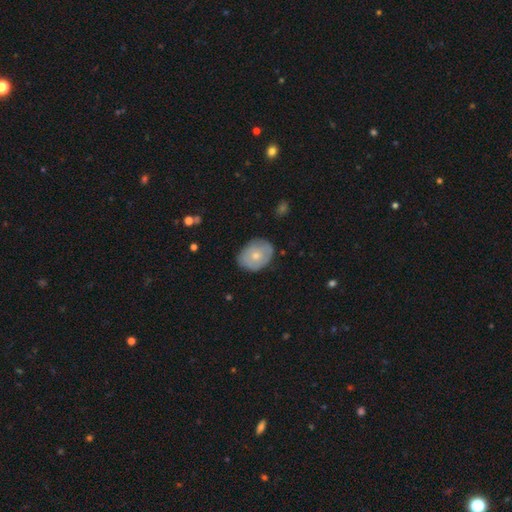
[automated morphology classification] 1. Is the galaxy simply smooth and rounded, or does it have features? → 61% smooth, 33% featured or disk, 6% star or artifact.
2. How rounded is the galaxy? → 60% in between, 39% round, 1% cigar-shaped.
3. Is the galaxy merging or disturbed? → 77% none, 18% minor disturbance, 4% major disturbance, 1% merger.